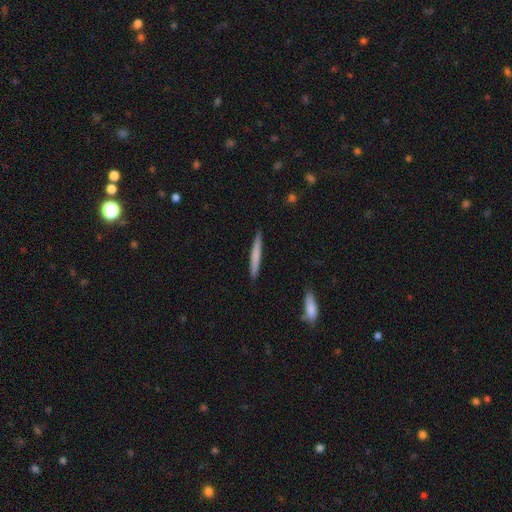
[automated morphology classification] This is likely a smooth galaxy (70%). How rounded: clearly cigar-shaped (96%). Merging: clearly none (90%).